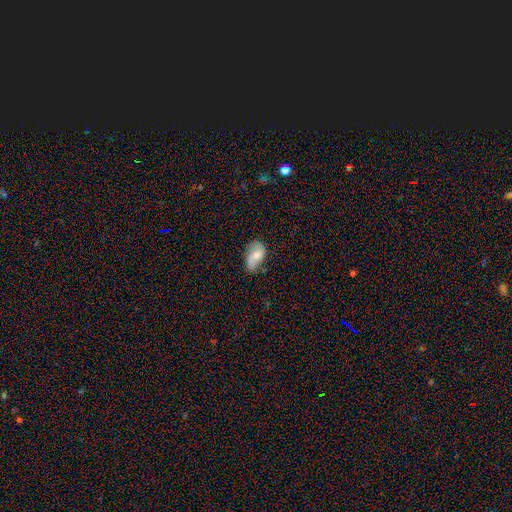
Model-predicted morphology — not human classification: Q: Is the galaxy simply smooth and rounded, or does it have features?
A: featured or disk — 49%.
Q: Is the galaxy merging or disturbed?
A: none — 57%.